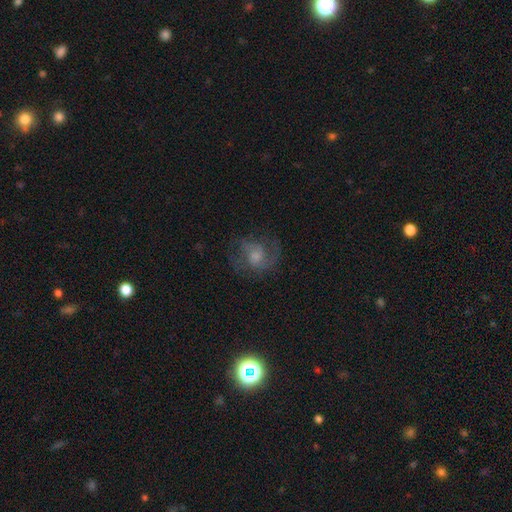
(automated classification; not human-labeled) smooth-or-featured: featured or disk: 64% | smooth: 21% | star or artifact: 15%
  disk-edge-on: no: 97% | yes: 3%
    bar: no: 66% | weak: 29% | strong: 4%
    has-spiral-arms: yes: 89% | no: 11%
      spiral-winding: medium: 50% | tight: 28% | loose: 22%
      spiral-arm-count: 2: 53% | can't tell: 22% | 3: 11% | 1: 8% | 4: 3% | more than 4: 3%
    bulge-size: moderate: 42% | small: 35% | none: 11% | large: 10% | dominant: 2%
  merging: none: 67% | minor disturbance: 17% | major disturbance: 15% | merger: 1%